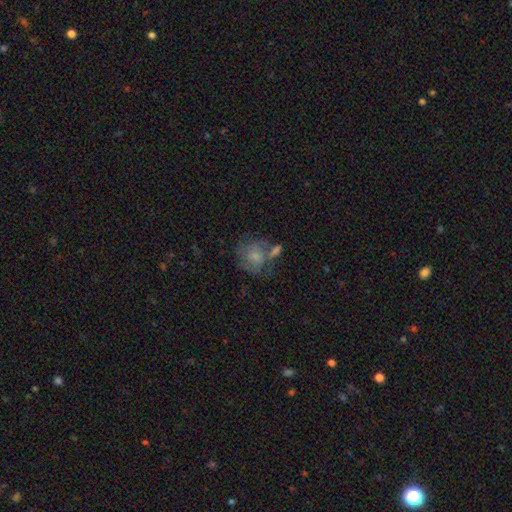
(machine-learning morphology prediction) Smooth or featured? smooth (56%)
How rounded? round (70%)
Merging? none (37%)